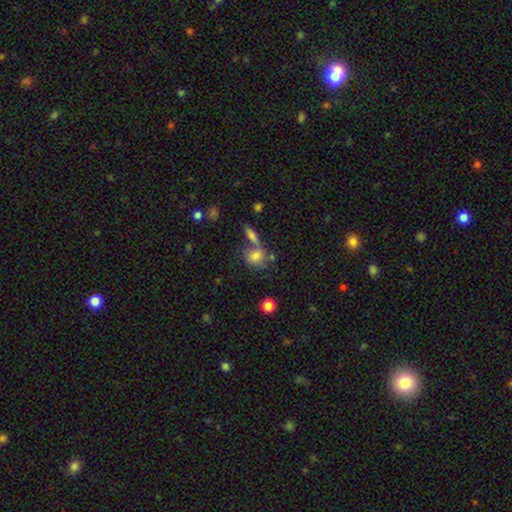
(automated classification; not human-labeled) Smooth or featured? smooth (75%)
How rounded? round (55%)
Merging? none (46%)